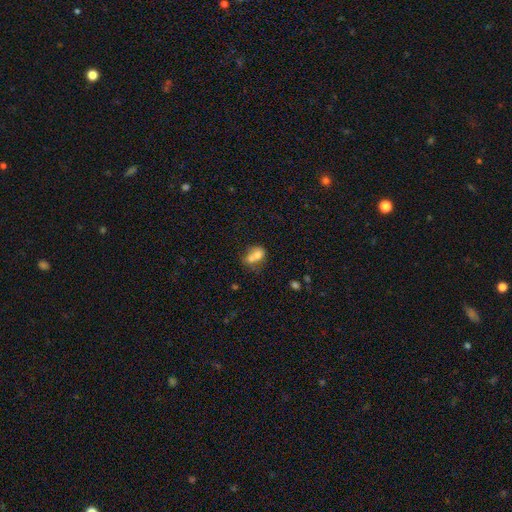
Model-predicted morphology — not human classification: This is likely a smooth galaxy (70%). How rounded: likely in between (64%). Merging: possibly merger (57%).